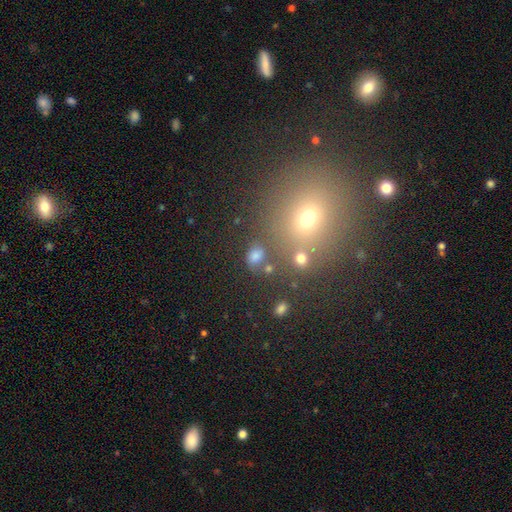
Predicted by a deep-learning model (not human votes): This is likely a smooth galaxy (67%). How rounded: possibly in between (52%). Merging: likely none (71%).